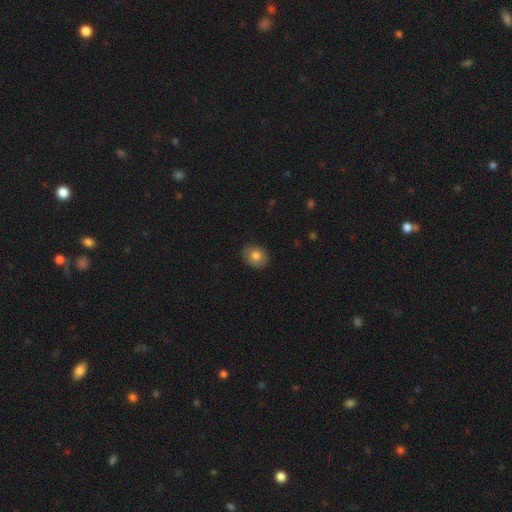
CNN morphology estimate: smooth 79%, featured or disk 13%, star or artifact 8%. Down the decision tree: how rounded — round (53%); merging — none (85%).